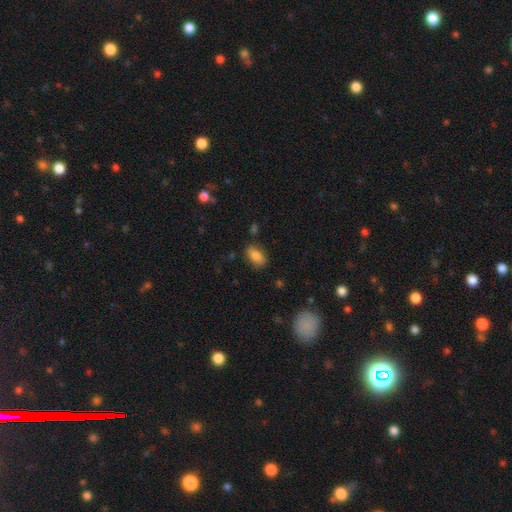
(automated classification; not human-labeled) The model was most divided on "merging": none: 79%, minor disturbance: 15%, major disturbance: 3%, merger: 3%. More confident: how rounded — in between (90%); smooth or featured — smooth (83%).